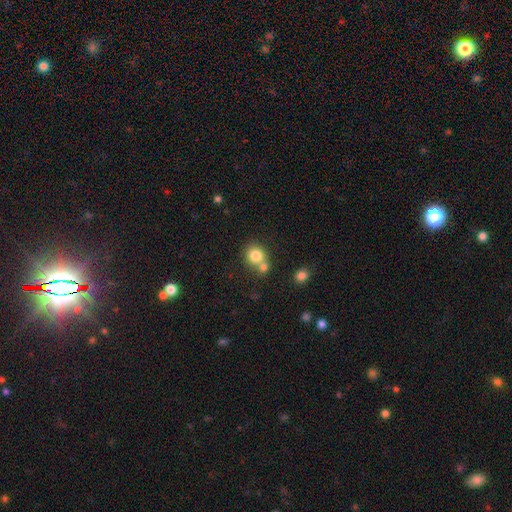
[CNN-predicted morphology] Smooth or featured: smooth — 80% (star or artifact — 11%)
How rounded: round — 82% (in between — 17%)
Merging: none — 52% (merger — 37%)